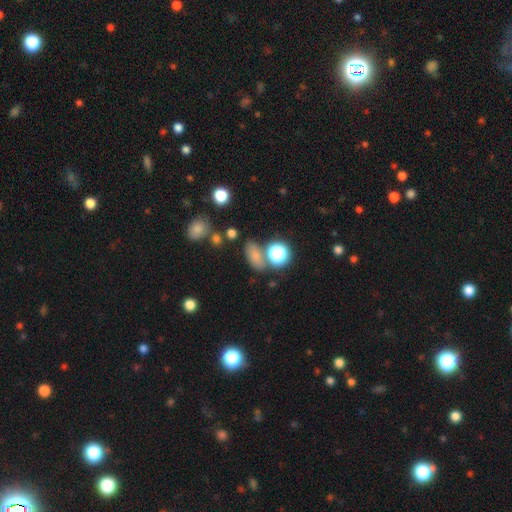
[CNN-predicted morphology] Overall: smooth (70%). How rounded: in between (73%). Merging: none (64%).